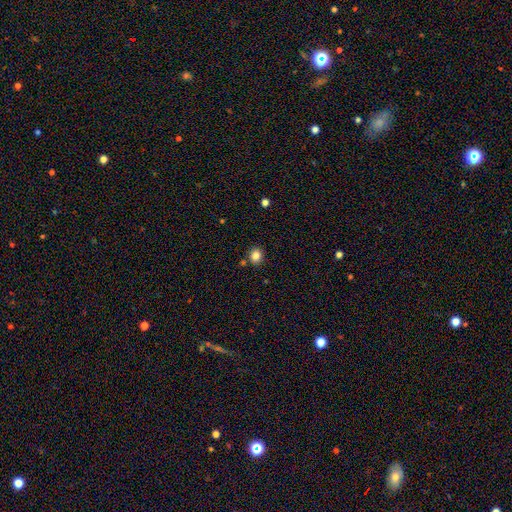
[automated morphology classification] This is clearly a smooth galaxy (84%). How rounded: likely round (72%). Merging: clearly none (84%).